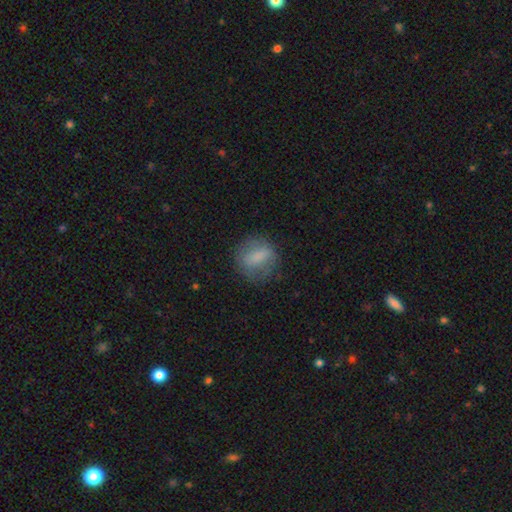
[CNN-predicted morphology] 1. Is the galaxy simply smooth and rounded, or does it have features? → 67% smooth, 24% featured or disk, 9% star or artifact.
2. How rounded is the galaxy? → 57% round, 39% in between, 5% cigar-shaped.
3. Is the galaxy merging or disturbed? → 77% none, 15% minor disturbance, 7% major disturbance, 1% merger.